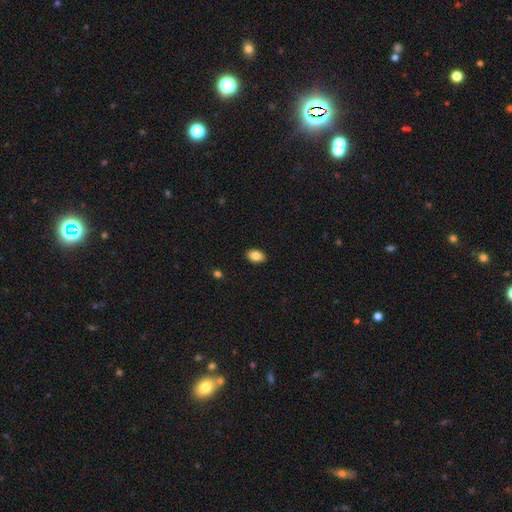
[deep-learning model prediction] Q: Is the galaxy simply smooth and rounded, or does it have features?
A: smooth — 85%.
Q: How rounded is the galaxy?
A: in between — 88%.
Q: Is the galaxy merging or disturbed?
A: none — 89%.